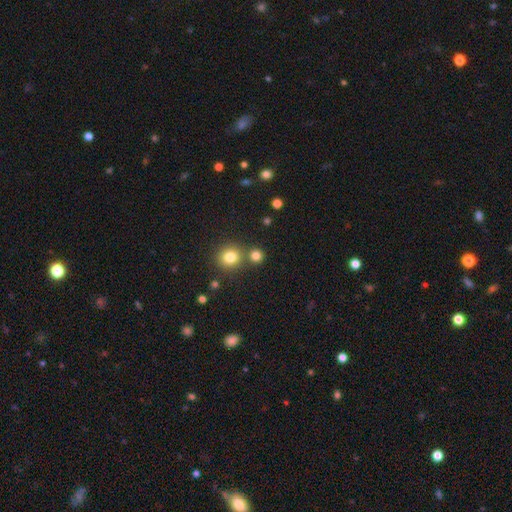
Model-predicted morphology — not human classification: Q: Smooth or featured?
A: smooth (80%); runner-up: star or artifact (14%)
Q: How rounded?
A: round (89%); runner-up: in between (10%)
Q: Merging?
A: none (71%); runner-up: merger (19%)